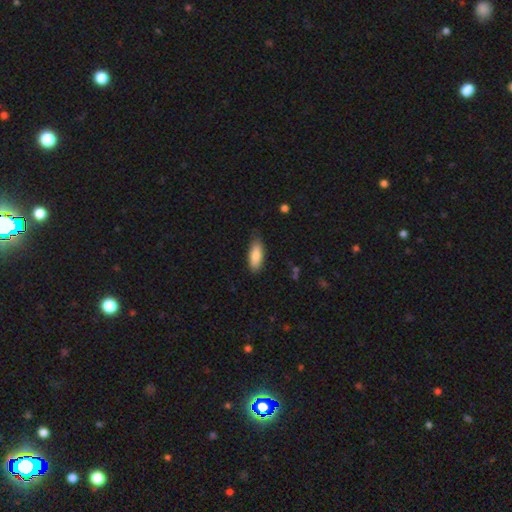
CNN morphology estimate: type=smooth (84%); roundness=in between (77%); merging=none (79%).